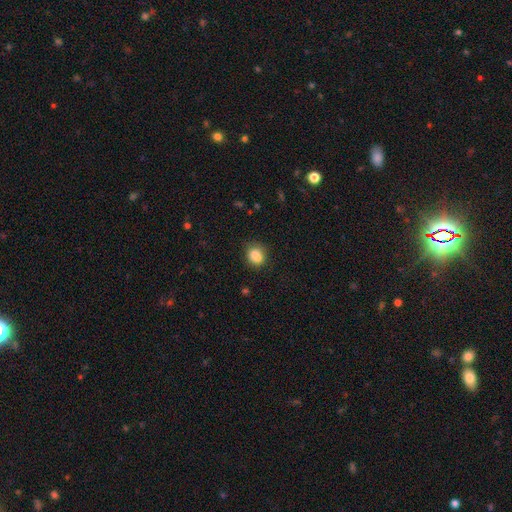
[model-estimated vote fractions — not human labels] smooth 85%, star or artifact 10%, featured or disk 5%. Down the decision tree: how rounded — round (57%); merging — none (70%).